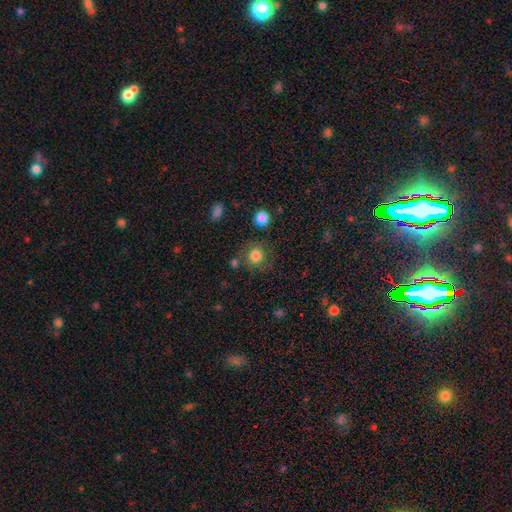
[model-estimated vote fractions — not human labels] Morphology: type=smooth (79%); roundness=round (89%); merging=none (75%).